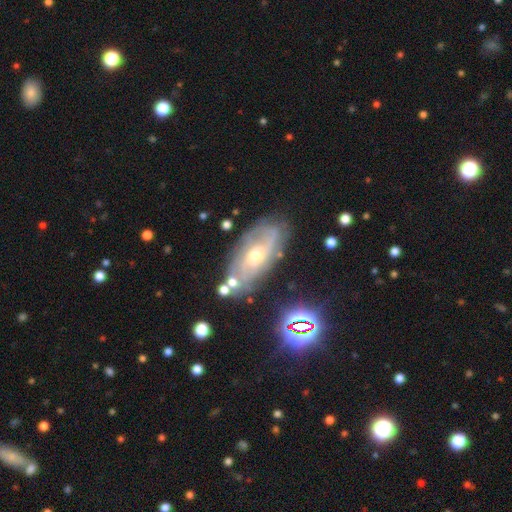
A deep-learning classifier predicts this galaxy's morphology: A featured or disk galaxy (70%) with no bar (63%), tight (46%) spiral arms (83%) and a moderate central bulge (55%).

Vote fractions:
- Smooth or featured? featured or disk: 70% / smooth: 18% / star or artifact: 13%
- Edge-on disk? no: 87% / yes: 13%
- Bar? no: 63% / weak: 30% / strong: 7%
- Spiral arms? yes: 83% / no: 17%
- Spiral winding? tight: 46% / medium: 36% / loose: 17%
- Spiral arm count? can't tell: 47% / 2: 34% / 3: 8% / 1: 5% / 4: 3% / more than 4: 3%
- Bulge size? moderate: 55% / small: 40% / large: 3% / none: 1% / dominant: 1%
- Merging? none: 70% / minor disturbance: 18% / major disturbance: 6% / merger: 5%